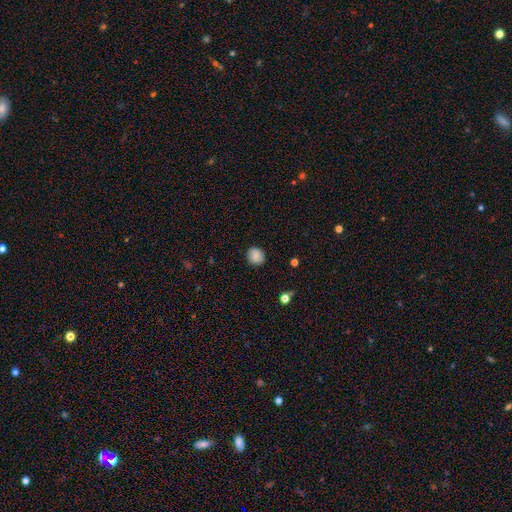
Volunteers were most divided on "smooth or featured": smooth: 87%, featured or disk: 10%, star or artifact: 3%. More confident: how rounded — round (97%); merging — none (95%).